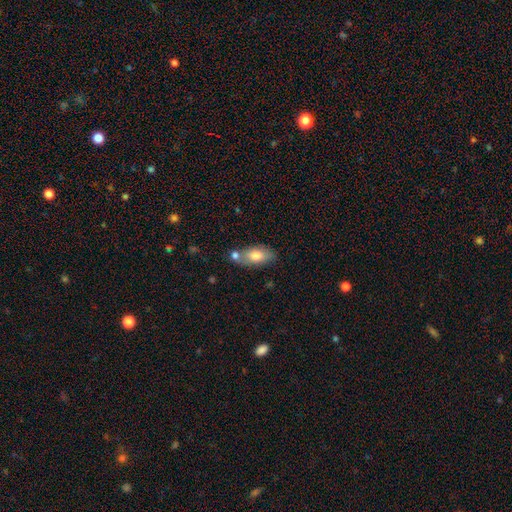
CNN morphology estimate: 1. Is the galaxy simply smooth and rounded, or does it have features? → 75% smooth, 19% featured or disk, 7% star or artifact.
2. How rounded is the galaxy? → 87% in between, 9% cigar-shaped, 4% round.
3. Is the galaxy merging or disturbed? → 61% none, 20% merger, 16% minor disturbance, 4% major disturbance.